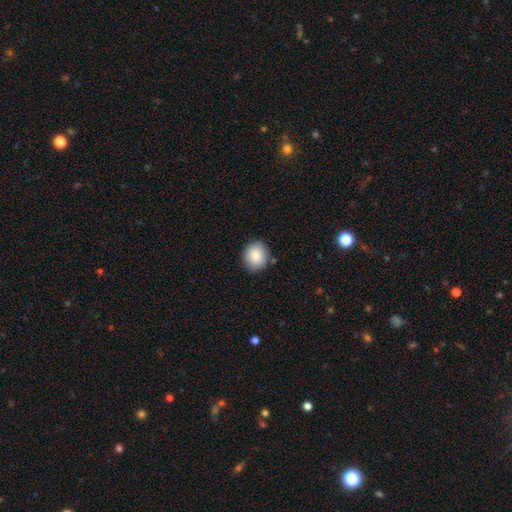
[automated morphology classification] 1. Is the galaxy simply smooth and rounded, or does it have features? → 84% smooth, 8% featured or disk, 8% star or artifact.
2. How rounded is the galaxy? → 69% round, 30% in between, 1% cigar-shaped.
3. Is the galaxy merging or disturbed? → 84% none, 12% minor disturbance, 2% major disturbance, 2% merger.